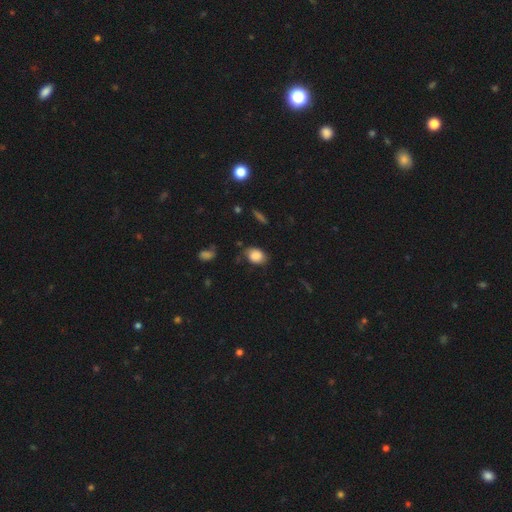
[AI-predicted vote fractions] This appears to be a smooth galaxy with no disk features (83%) that is in between round and cigar-shaped (69%). Merging: none (64%).